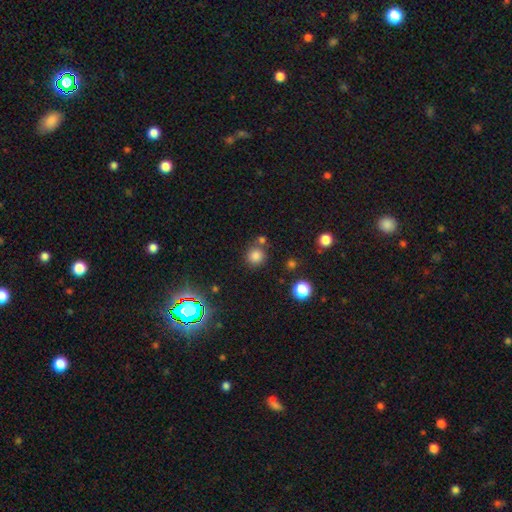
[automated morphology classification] Smooth or featured: smooth — 78% (star or artifact — 16%)
How rounded: round — 91% (in between — 8%)
Merging: none — 75% (merger — 13%)